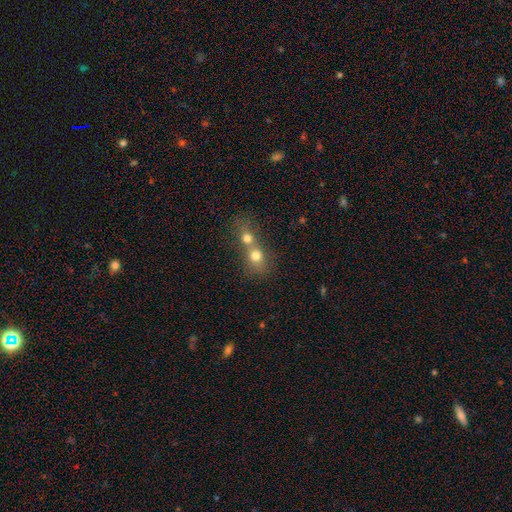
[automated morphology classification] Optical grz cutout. It shows a smooth galaxy with no disk features (73%) that is round (69%). Merging: merger (69%).